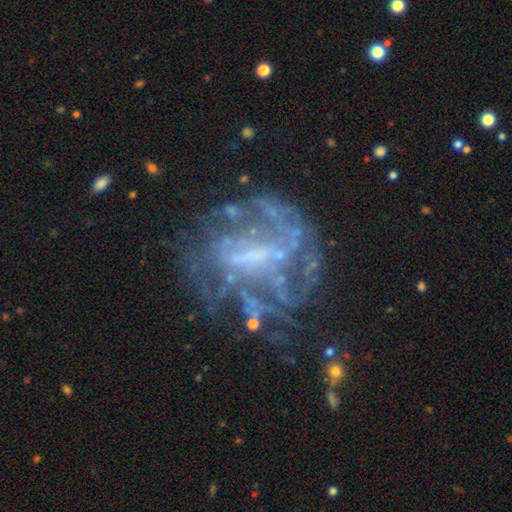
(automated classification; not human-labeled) smooth-or-featured: featured or disk: 78% | star or artifact: 12% | smooth: 10%
  disk-edge-on: no: 97% | yes: 3%
    bar: weak: 38% | no: 32% | strong: 30%
    has-spiral-arms: yes: 59% | no: 41%
    bulge-size: none: 50% | small: 25% | moderate: 19% | large: 4% | dominant: 1%
  merging: none: 53% | major disturbance: 25% | minor disturbance: 18% | merger: 5%